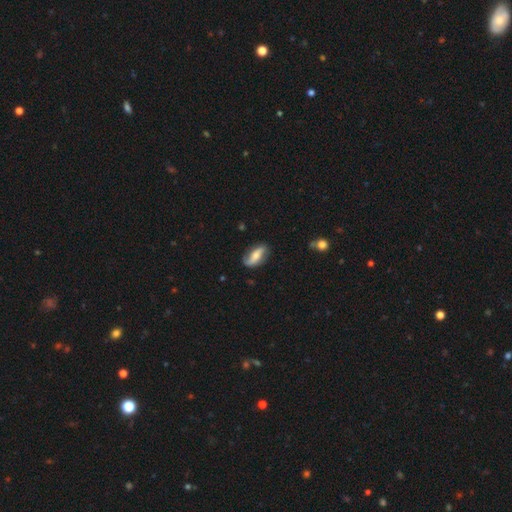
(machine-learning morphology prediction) Overall: featured or disk (60%; smooth 33%). Edge-on disk: no (90%). Bar: no (36%; weak 33%). Spiral arms: yes (88%). Bulge size: moderate (50%; small 32%). Merging: none (75%).